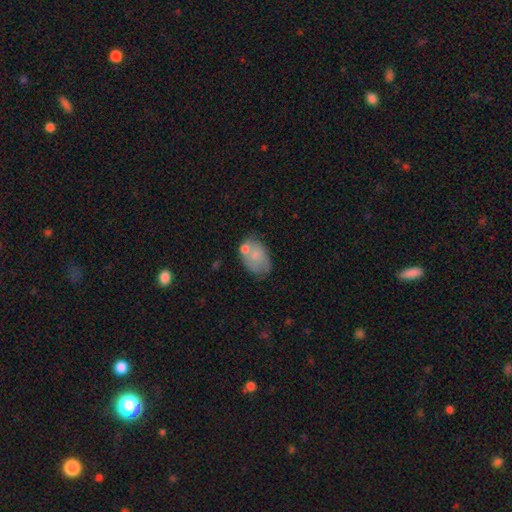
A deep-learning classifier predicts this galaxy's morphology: A smooth galaxy with no disk features (63%) that is in between round and cigar-shaped (84%).

Vote fractions:
- Smooth or featured? smooth: 63% / featured or disk: 29% / star or artifact: 8%
- How rounded? in between: 84% / round: 14% / cigar-shaped: 1%
- Merging? none: 45% / minor disturbance: 25% / merger: 20% / major disturbance: 10%